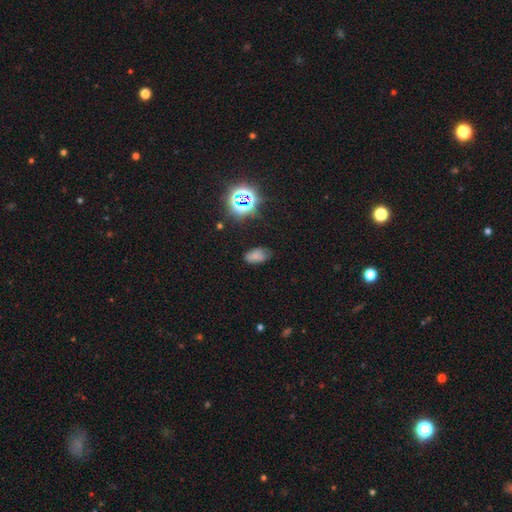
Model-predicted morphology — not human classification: Smooth or featured? smooth (64%)
How rounded? in between (92%)
Merging? none (68%)